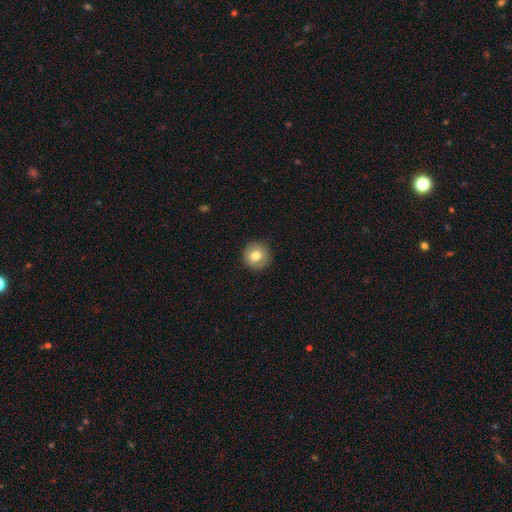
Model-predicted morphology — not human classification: smooth-or-featured: smooth: 76% | featured or disk: 16% | star or artifact: 8%
  how-rounded: round: 94% | in between: 5% | cigar-shaped: 1%
  merging: none: 91% | minor disturbance: 6% | major disturbance: 2% | merger: 1%